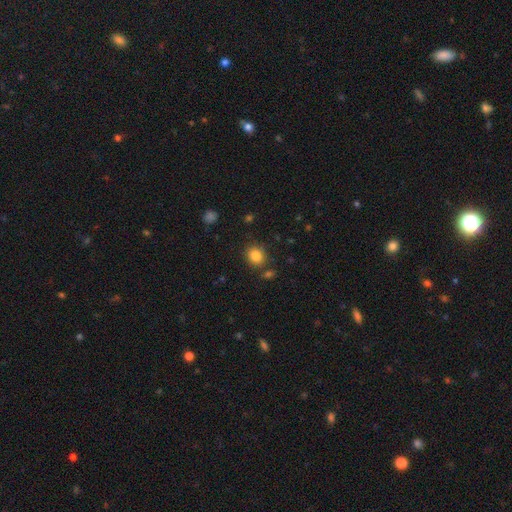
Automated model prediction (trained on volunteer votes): A smooth galaxy with no disk features (84%) that is round (72%).

Vote fractions:
- Smooth or featured? smooth: 84% / star or artifact: 11% / featured or disk: 5%
- How rounded? round: 72% / in between: 27% / cigar-shaped: 1%
- Merging? none: 81% / minor disturbance: 10% / merger: 6% / major disturbance: 3%